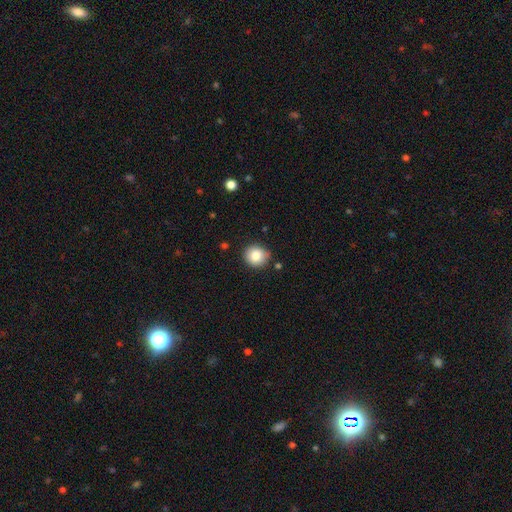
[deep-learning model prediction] A smooth galaxy with no disk features (83%) that is round (83%). Merging: none (83%).